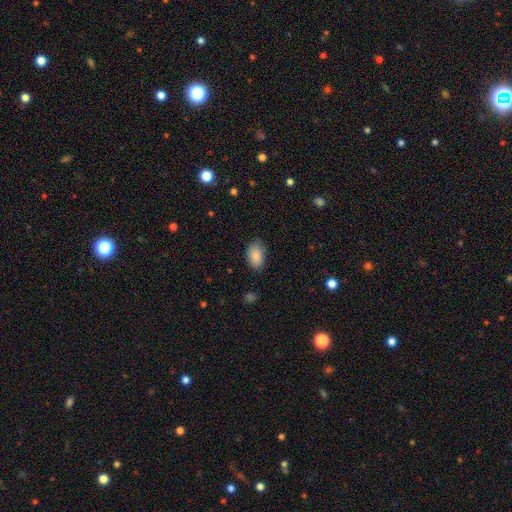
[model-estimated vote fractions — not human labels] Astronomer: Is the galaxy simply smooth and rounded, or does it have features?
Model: smooth — 88%.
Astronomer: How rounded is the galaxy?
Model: in between — 91%.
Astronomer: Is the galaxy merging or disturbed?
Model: none — 81%.